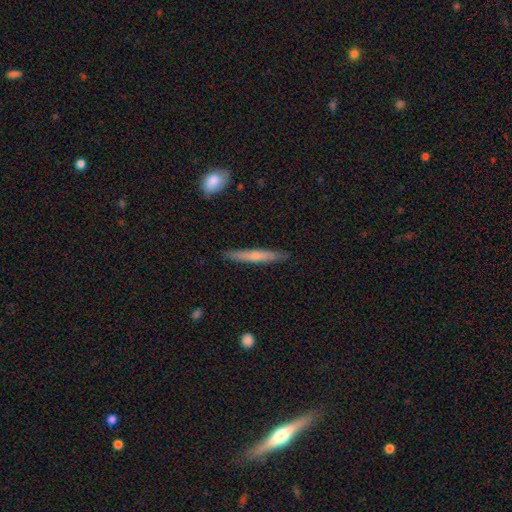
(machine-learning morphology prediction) Smooth or featured: smooth — 58% (featured or disk — 37%)
How rounded: cigar-shaped — 95% (in between — 4%)
Merging: none — 90% (minor disturbance — 8%)